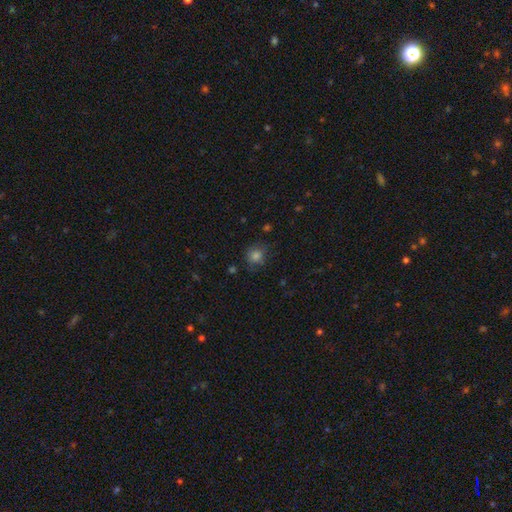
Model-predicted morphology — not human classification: Smooth or featured? Predicted: smooth (p=0.80). How rounded? Predicted: round (p=0.82). Merging? Predicted: none (p=0.72).